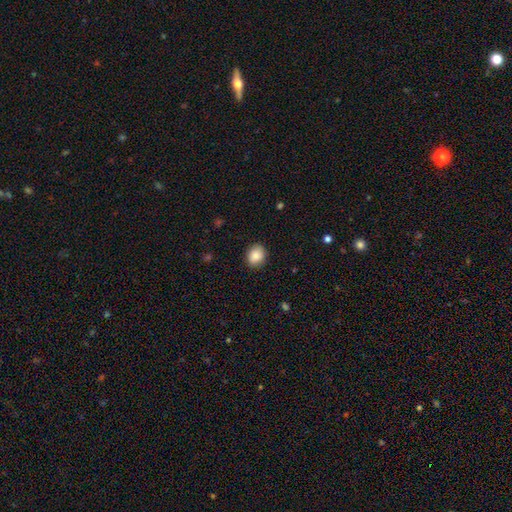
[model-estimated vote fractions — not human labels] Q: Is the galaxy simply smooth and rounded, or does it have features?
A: smooth — 87%.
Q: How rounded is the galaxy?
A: round — 57%.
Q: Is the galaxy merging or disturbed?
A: none — 88%.